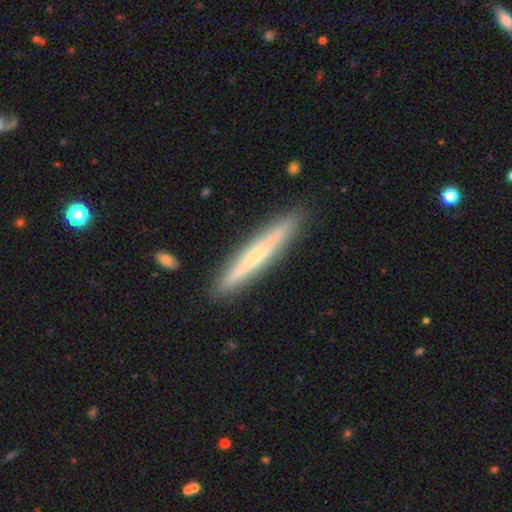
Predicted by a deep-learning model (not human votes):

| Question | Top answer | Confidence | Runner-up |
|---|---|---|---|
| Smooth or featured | smooth | 51% | featured or disk (43%) |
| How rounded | cigar-shaped | 96% | in between (3%) |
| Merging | none | 89% | minor disturbance (8%) |